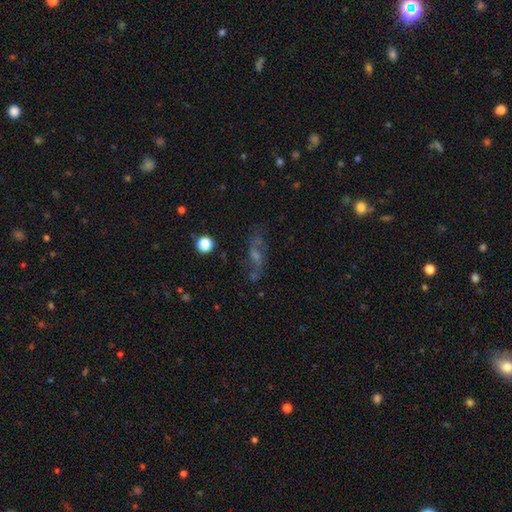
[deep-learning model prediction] Smooth or featured?
  - featured or disk: 56% *
  - smooth: 24%
  - star or artifact: 20%
Edge-on disk?
  - no: 83% *
  - yes: 17%
Merging?
  - none: 67% *
  - minor disturbance: 17%
  - major disturbance: 11%
  - merger: 4%